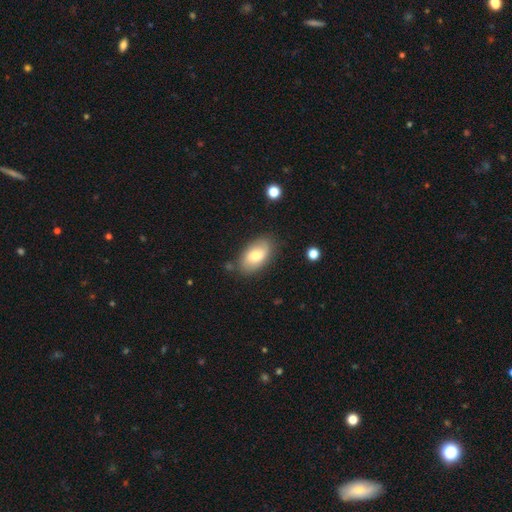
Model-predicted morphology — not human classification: Overall: smooth (65%; featured or disk 29%). How rounded: in between (93%). Merging: none (77%).